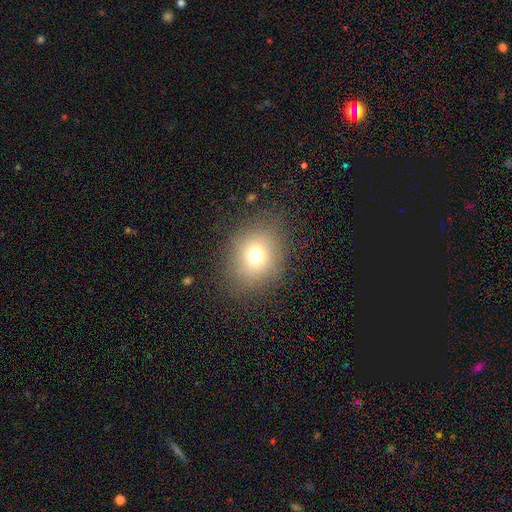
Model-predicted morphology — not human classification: Q: Smooth or featured?
A: smooth (71%); runner-up: star or artifact (16%)
Q: How rounded?
A: round (59%); runner-up: in between (40%)
Q: Merging?
A: none (82%); runner-up: minor disturbance (11%)